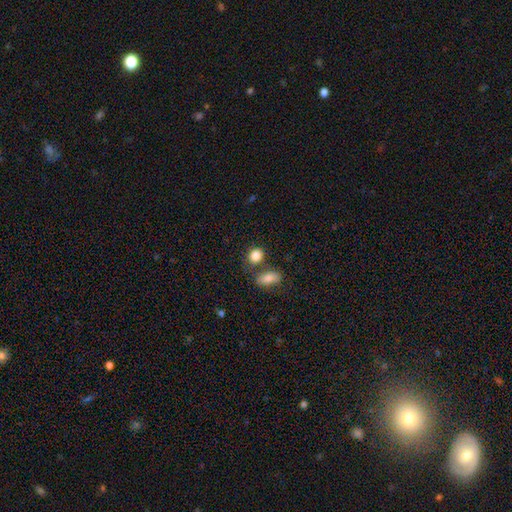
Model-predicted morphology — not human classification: Smooth or featured: smooth — 85% (star or artifact — 9%)
How rounded: round — 61% (in between — 37%)
Merging: none — 62% (merger — 20%)